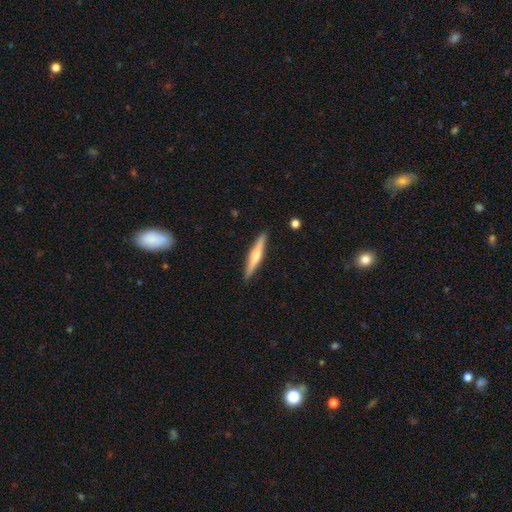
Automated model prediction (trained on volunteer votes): The model was most divided on "smooth or featured" (2-way tie): smooth: 47%, featured or disk: 47%, star or artifact: 5%. More confident: merging — none (90%).